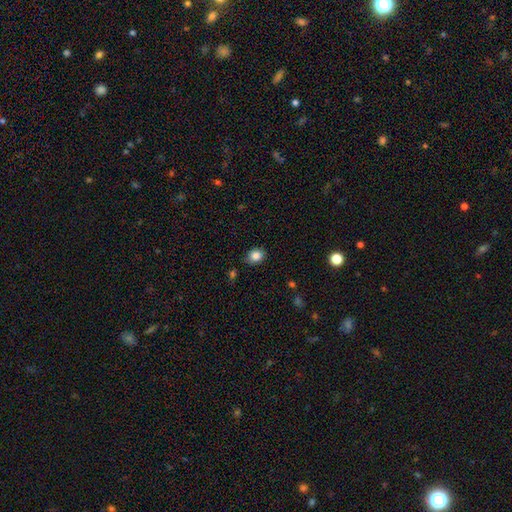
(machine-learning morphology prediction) A smooth galaxy with no disk features (85%) that is round (59%). Merging: none (81%).